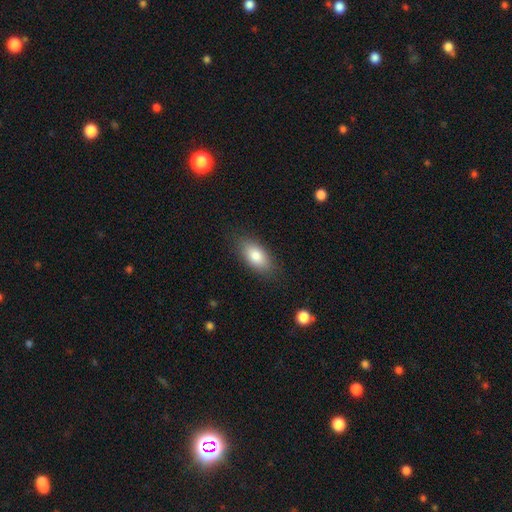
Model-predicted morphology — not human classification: This appears to be a smooth galaxy with no disk features (83%) that is in between round and cigar-shaped (90%). Merging: none (84%).